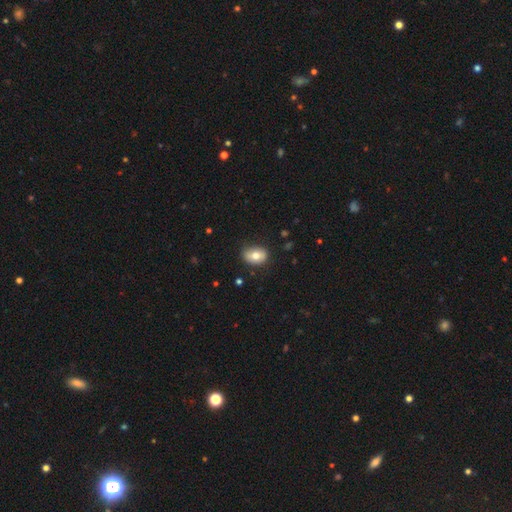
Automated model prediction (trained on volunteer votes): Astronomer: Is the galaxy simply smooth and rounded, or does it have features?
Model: smooth — 74%.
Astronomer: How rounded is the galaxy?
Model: in between — 76%.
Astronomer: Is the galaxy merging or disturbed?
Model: none — 81%.